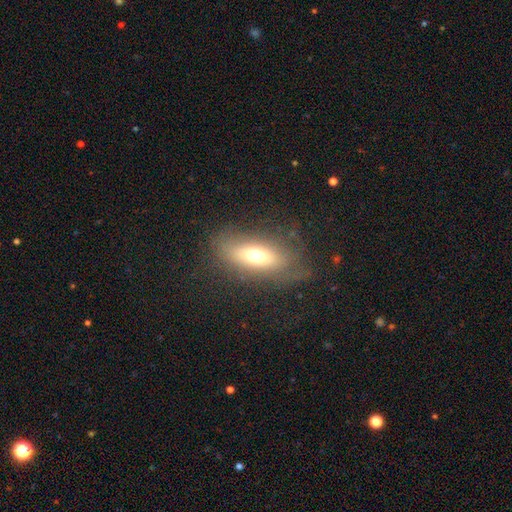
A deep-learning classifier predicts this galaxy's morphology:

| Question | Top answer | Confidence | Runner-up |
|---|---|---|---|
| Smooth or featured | smooth | 60% | featured or disk (30%) |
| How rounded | in between | 68% | cigar-shaped (26%) |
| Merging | none | 69% | minor disturbance (19%) |